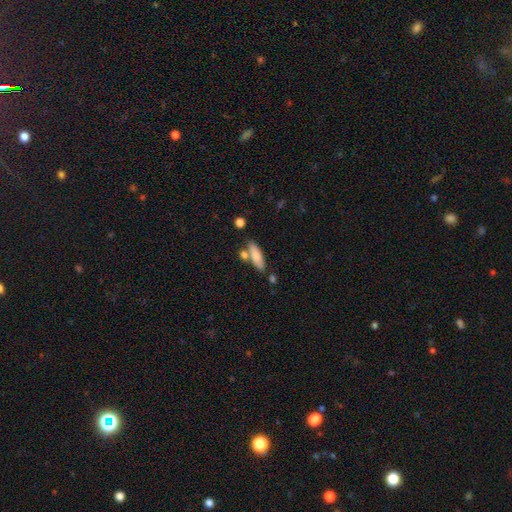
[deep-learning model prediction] Smooth or featured? smooth (79%)
How rounded? in between (52%)
Merging? none (67%)